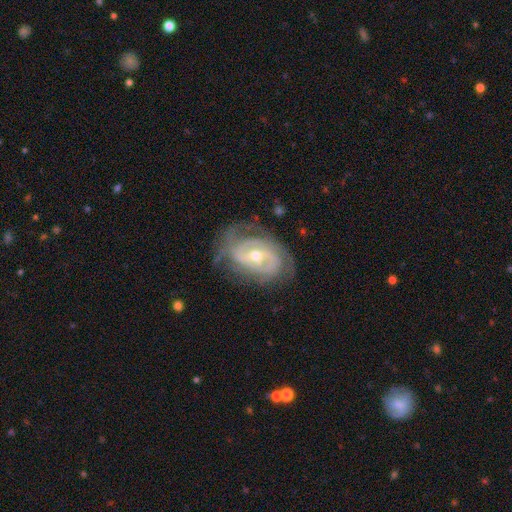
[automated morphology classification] A featured or disk galaxy (87%) with a weak bar (45%), 2 (35%) tight (63%) spiral arms (93%) and a moderate central bulge (55%). Merging: none (67%).